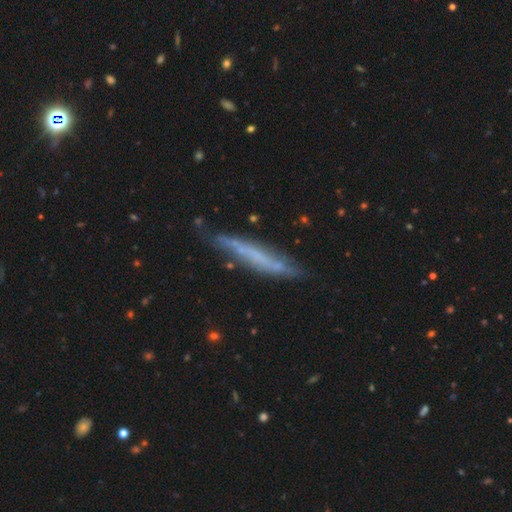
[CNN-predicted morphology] Overall: featured or disk (53%; smooth 39%). Edge-on disk: yes (78%). Merging: none (68%).